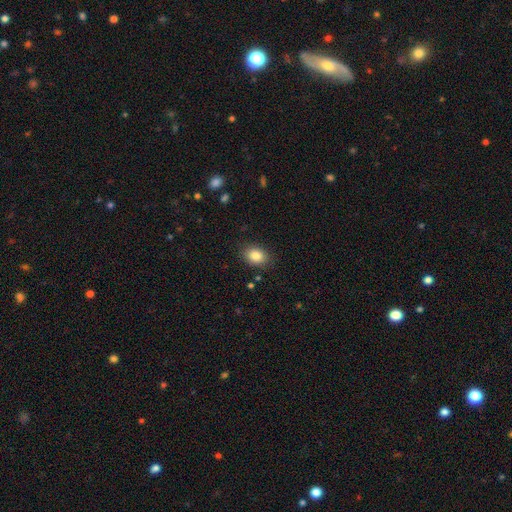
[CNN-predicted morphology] Smooth or featured? smooth (85%)
How rounded? in between (69%)
Merging? none (85%)